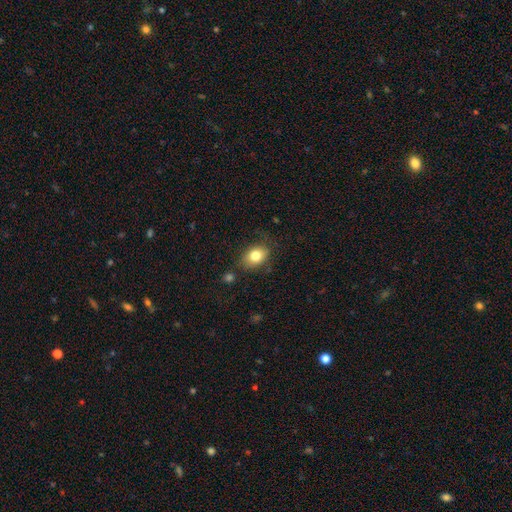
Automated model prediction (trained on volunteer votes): This is clearly a smooth galaxy (81%). How rounded: likely in between (76%). Merging: likely none (76%).